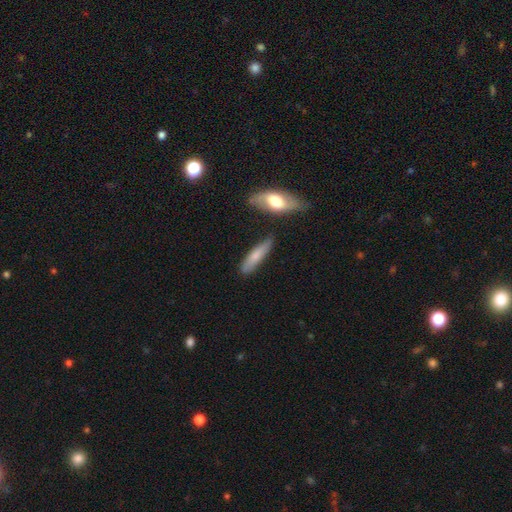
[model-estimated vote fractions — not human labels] This appears to be a smooth galaxy with no disk features (72%) that is cigar-shaped (74%). Merging: none (77%).